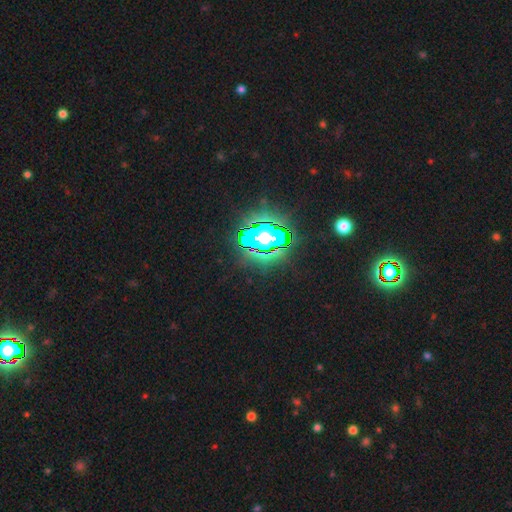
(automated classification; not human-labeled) Q: Smooth or featured?
A: star or artifact (84%); runner-up: smooth (9%)